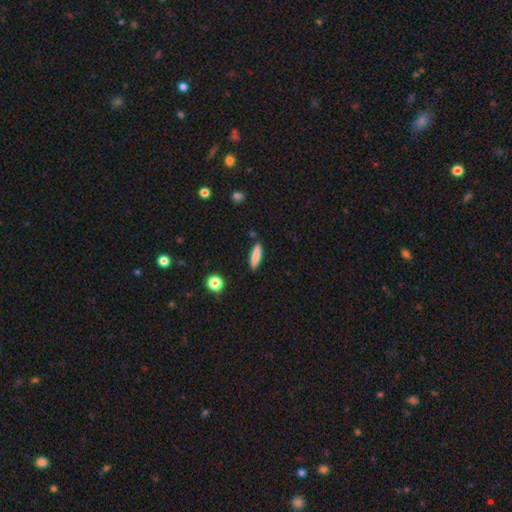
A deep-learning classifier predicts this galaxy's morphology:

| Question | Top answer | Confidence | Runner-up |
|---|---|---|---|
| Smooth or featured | smooth | 83% | featured or disk (10%) |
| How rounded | cigar-shaped | 72% | in between (26%) |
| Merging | none | 87% | minor disturbance (9%) |